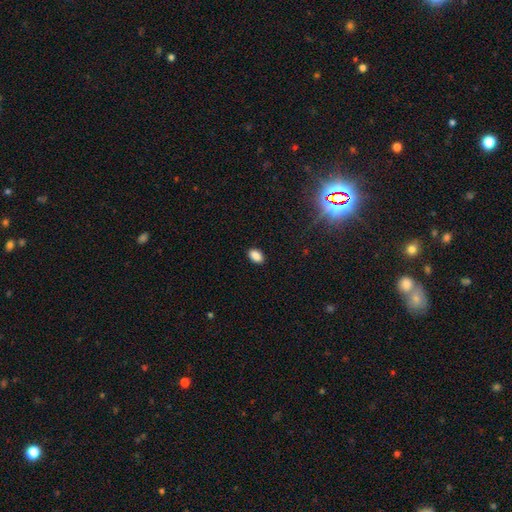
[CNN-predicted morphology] A smooth galaxy with no disk features (88%) that is in between round and cigar-shaped (88%). Merging: none (89%).